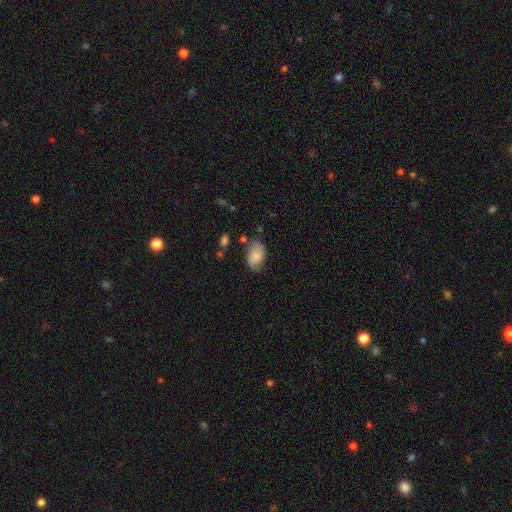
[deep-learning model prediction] Smooth or featured: smooth — 66% (featured or disk — 26%)
How rounded: in between — 90% (round — 9%)
Merging: none — 61% (minor disturbance — 28%)